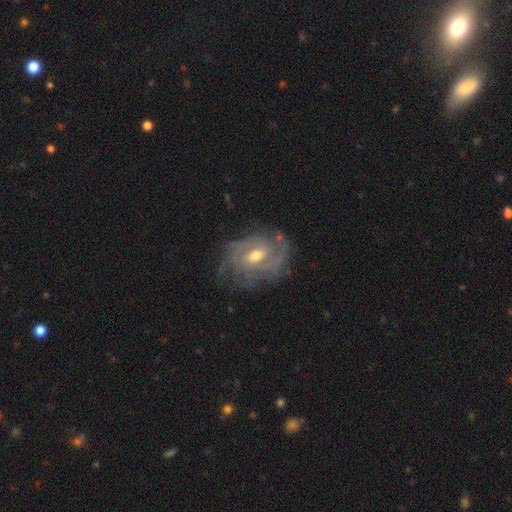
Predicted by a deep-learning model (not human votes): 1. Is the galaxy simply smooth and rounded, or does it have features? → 86% featured or disk, 9% smooth, 6% star or artifact.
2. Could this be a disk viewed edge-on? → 97% no, 3% yes.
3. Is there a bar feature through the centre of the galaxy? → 49% weak, 39% no, 12% strong.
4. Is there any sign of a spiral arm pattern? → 94% yes, 6% no.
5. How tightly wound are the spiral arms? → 56% tight, 34% medium, 9% loose.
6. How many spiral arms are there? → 31% can't tell (tied), 31% 2 (tied), 20% 3, 8% 4, 6% 1, 5% more than 4.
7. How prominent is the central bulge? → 64% moderate, 30% small, 3% large, 1% none, 1% dominant.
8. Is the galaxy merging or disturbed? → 68% none, 21% minor disturbance, 9% major disturbance, 2% merger.